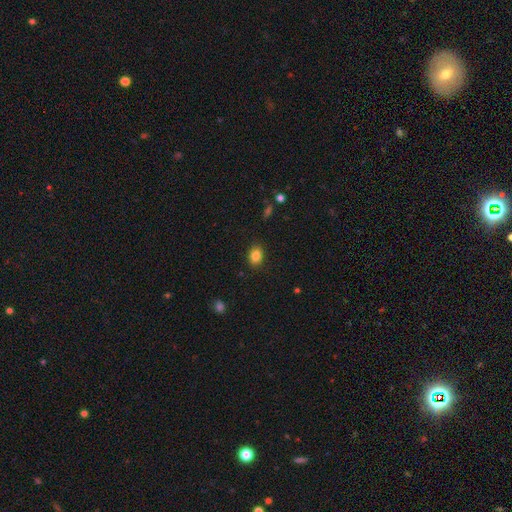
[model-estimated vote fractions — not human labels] smooth_or_featured: smooth (p=0.85) [alt: star or artifact p=0.10]
how_rounded: in between (p=0.72) [alt: round p=0.27]
merging: none (p=0.87) [alt: minor disturbance p=0.09]